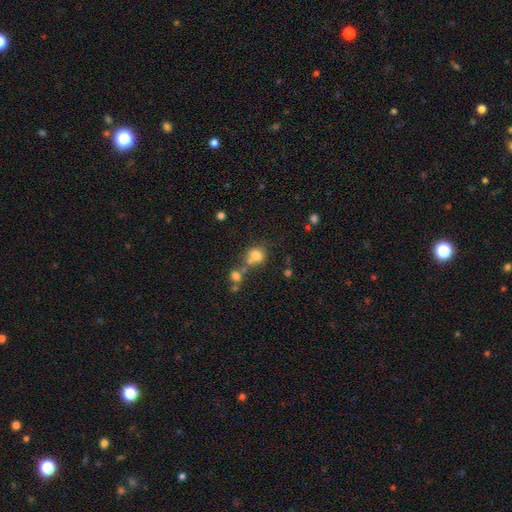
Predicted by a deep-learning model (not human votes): smooth_or_featured: smooth (p=0.77) [alt: star or artifact p=0.13]
how_rounded: round (p=0.72) [alt: in between p=0.27]
merging: none (p=0.50) [alt: merger p=0.28]